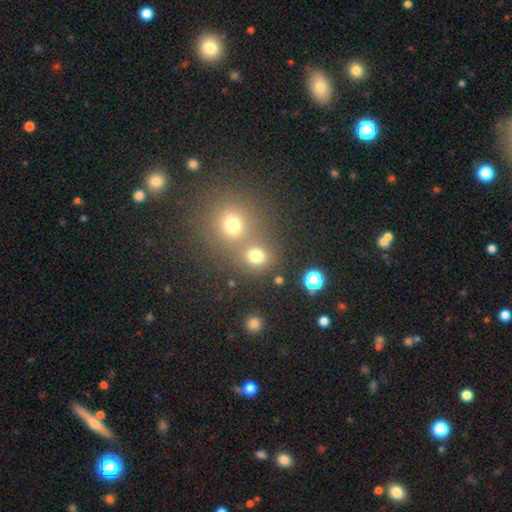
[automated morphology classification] Overall: smooth (74%). How rounded: round (82%). Merging: none (54%; merger 36%).